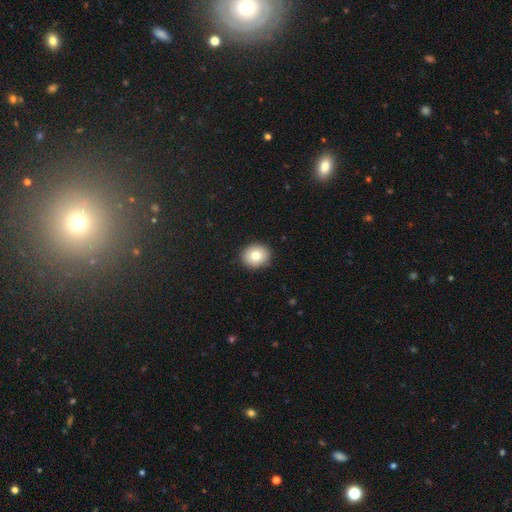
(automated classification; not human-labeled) Overall: smooth (79%). How rounded: round (74%). Merging: none (90%).